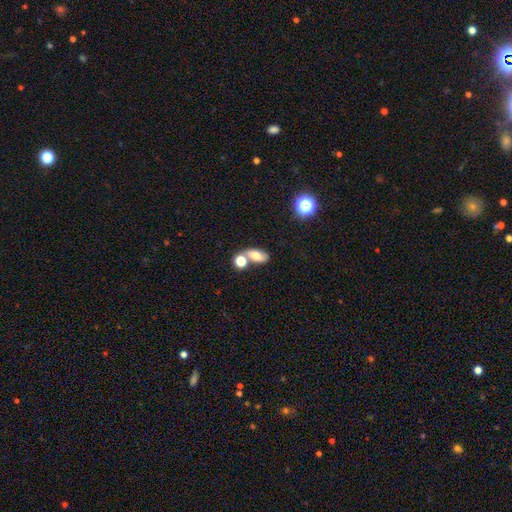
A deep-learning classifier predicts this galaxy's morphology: The model was most divided on "merging": none: 46%, merger: 35%, minor disturbance: 13%, major disturbance: 6%. More confident: how rounded — in between (80%); smooth or featured — smooth (61%).